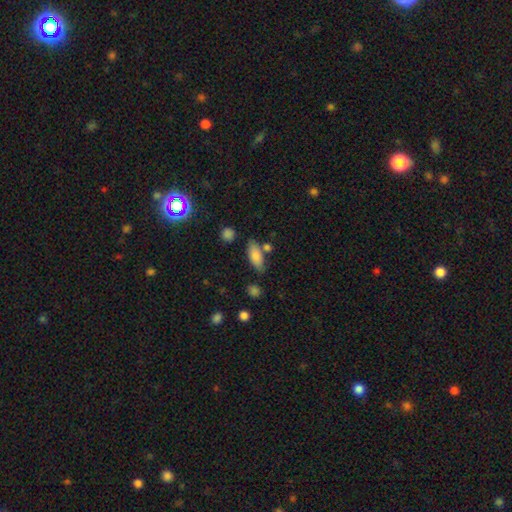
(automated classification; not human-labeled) The model was most divided on "merging": none: 70%, minor disturbance: 16%, merger: 10%, major disturbance: 4%. More confident: smooth or featured — smooth (81%); how rounded — in between (76%).